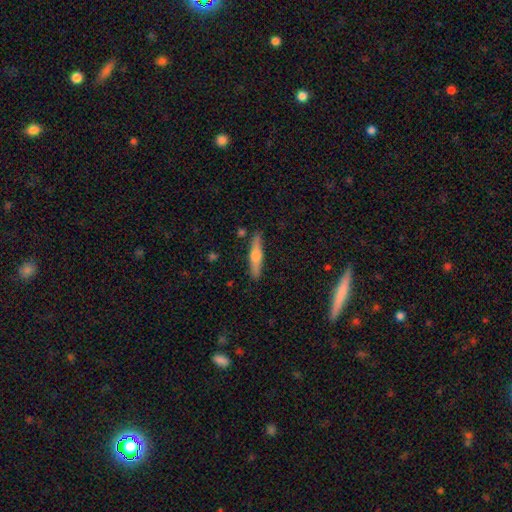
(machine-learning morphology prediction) Smooth or featured? featured or disk (54%)
Edge-on disk? yes (95%)
Edge-on bulge? rounded (87%)
Merging? none (88%)